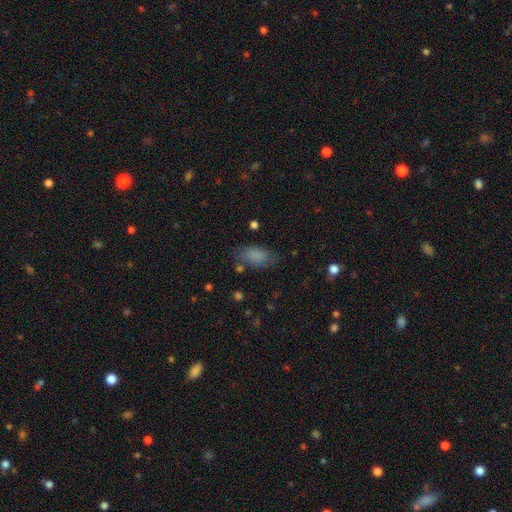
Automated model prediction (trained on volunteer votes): Smooth or featured? Predicted: smooth (p=0.82). How rounded? Predicted: in between (p=0.91). Merging? Predicted: none (p=0.69).